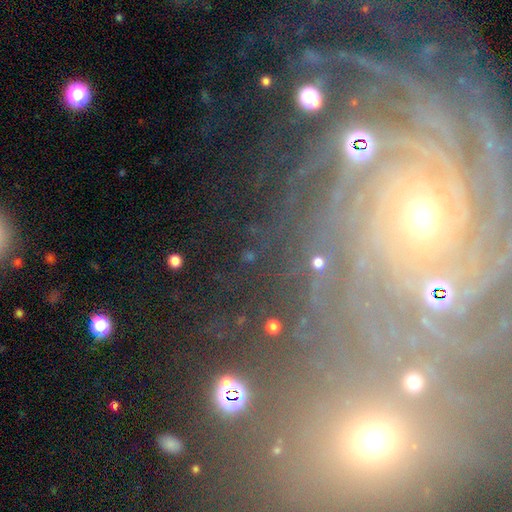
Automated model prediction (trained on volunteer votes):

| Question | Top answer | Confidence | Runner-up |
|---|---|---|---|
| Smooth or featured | featured or disk | 61% | star or artifact (23%) |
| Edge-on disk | no | 93% | yes (7%) |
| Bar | no | 60% | weak (24%) |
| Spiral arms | yes | 90% | no (10%) |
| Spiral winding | tight | 77% | medium (18%) |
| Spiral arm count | can't tell | 27% | more than 4 (19%) |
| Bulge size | small | 54% | moderate (36%) |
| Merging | none | 79% | minor disturbance (11%) |